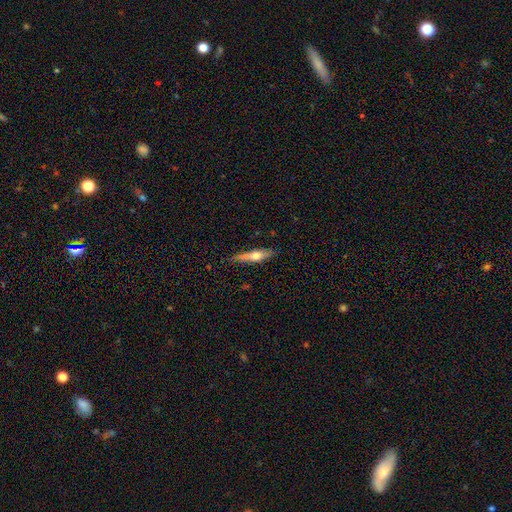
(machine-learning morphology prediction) This appears to be a featured or disk galaxy (48%). Merging: none (80%).